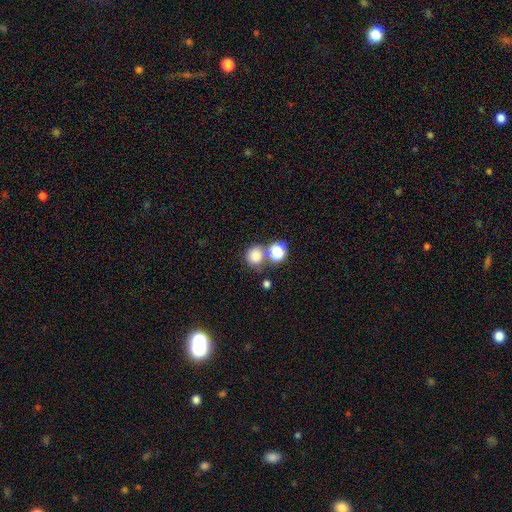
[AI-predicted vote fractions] Smooth or featured? smooth (79%)
How rounded? round (86%)
Merging? none (62%)